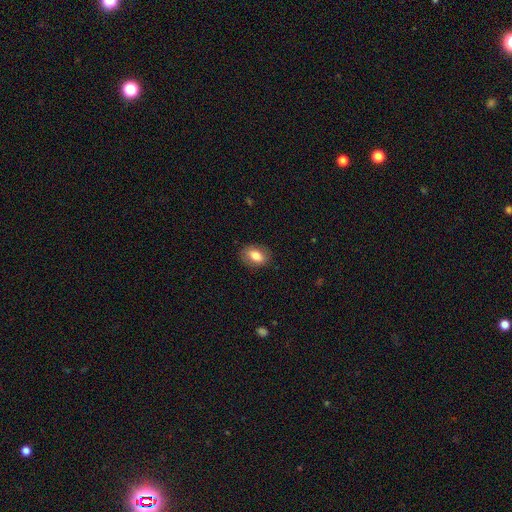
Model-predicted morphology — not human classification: smooth_or_featured: smooth (p=0.79) [alt: featured or disk p=0.13]
how_rounded: in between (p=0.80) [alt: round p=0.18]
merging: none (p=0.85) [alt: minor disturbance p=0.11]